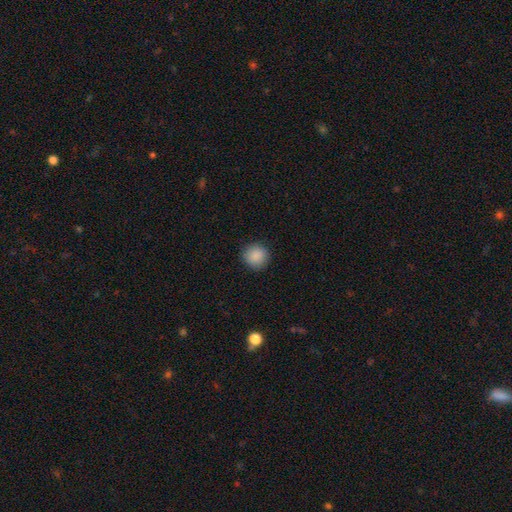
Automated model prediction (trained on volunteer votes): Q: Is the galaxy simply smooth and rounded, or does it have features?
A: smooth — 89%.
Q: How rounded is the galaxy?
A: round — 93%.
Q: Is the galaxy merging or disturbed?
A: none — 90%.